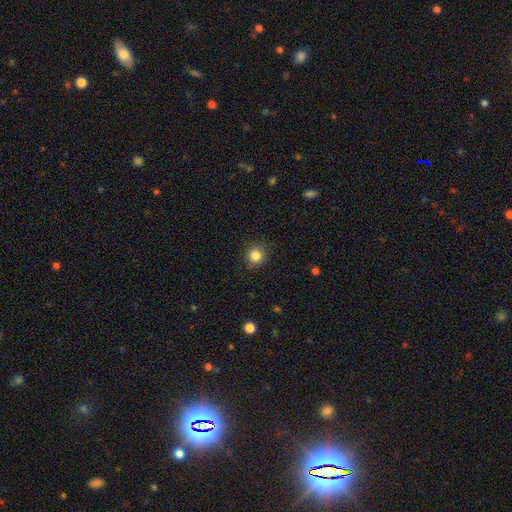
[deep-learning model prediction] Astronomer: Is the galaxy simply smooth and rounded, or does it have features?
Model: smooth — 84%.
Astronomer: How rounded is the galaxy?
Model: round — 94%.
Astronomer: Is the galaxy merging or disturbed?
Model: none — 88%.